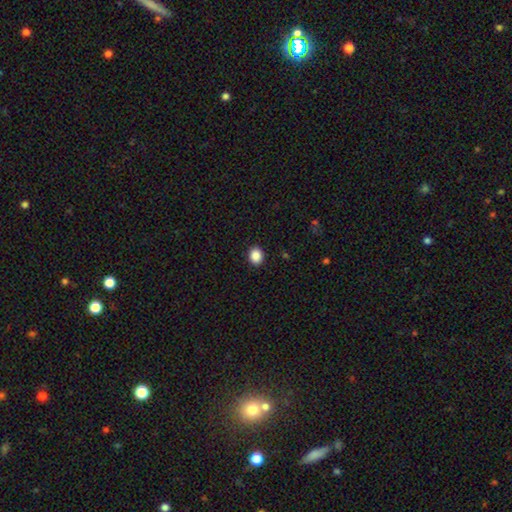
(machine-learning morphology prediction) This is clearly a smooth galaxy (88%). How rounded: likely round (62%). Merging: clearly none (92%).